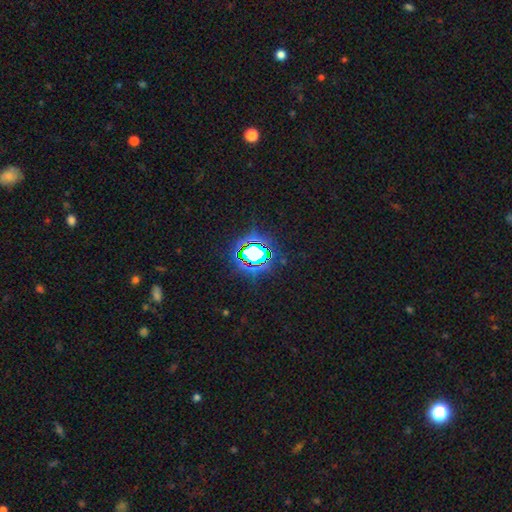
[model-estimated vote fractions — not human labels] Smooth or featured? Predicted: star or artifact (p=0.71).